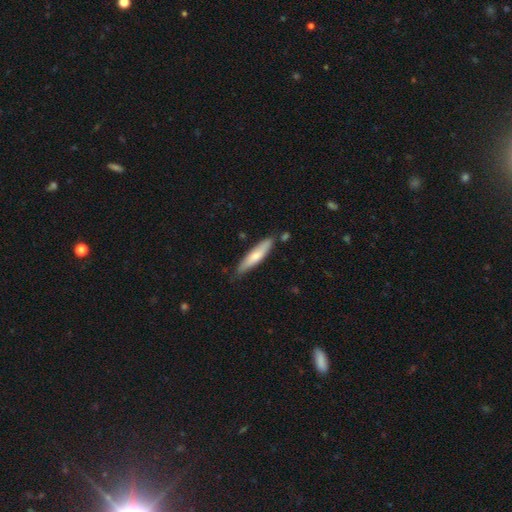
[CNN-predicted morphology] Smooth or featured?
  - smooth: 64% *
  - featured or disk: 30%
  - star or artifact: 5%
How rounded?
  - cigar-shaped: 83% *
  - in between: 16%
  - round: 1%
Merging?
  - none: 78% *
  - minor disturbance: 15%
  - merger: 4%
  - major disturbance: 2%